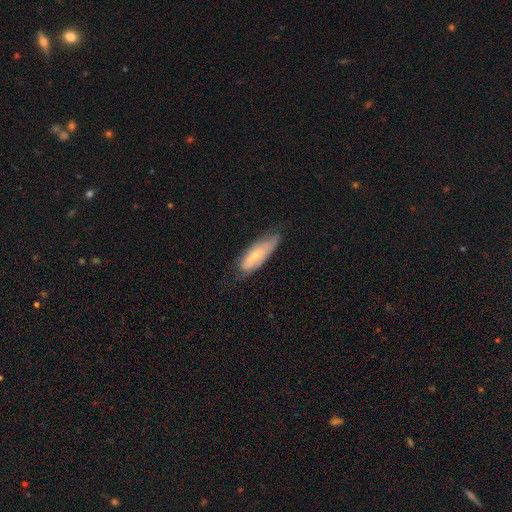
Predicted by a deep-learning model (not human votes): Q: Smooth or featured?
A: smooth (64%); runner-up: featured or disk (29%)
Q: How rounded?
A: in between (60%); runner-up: cigar-shaped (38%)
Q: Merging?
A: none (59%); runner-up: minor disturbance (32%)